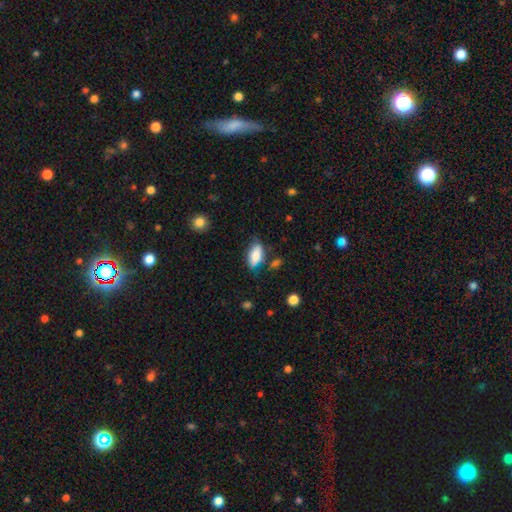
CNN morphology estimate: A smooth galaxy with no disk features (79%) that is in between round and cigar-shaped (84%).

Vote fractions:
- Smooth or featured? smooth: 79% / featured or disk: 13% / star or artifact: 7%
- How rounded? in between: 84% / cigar-shaped: 13% / round: 3%
- Merging? none: 67% / minor disturbance: 22% / major disturbance: 6% / merger: 5%